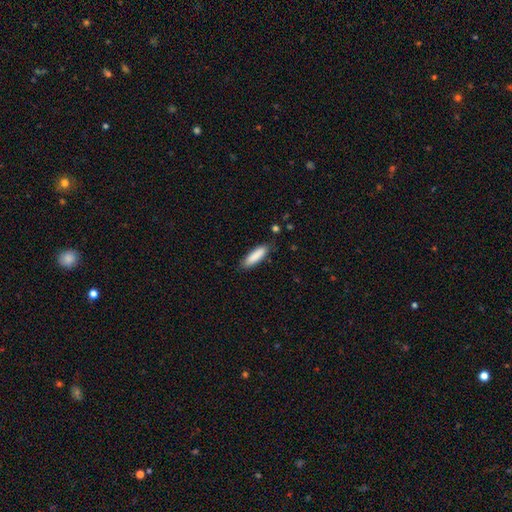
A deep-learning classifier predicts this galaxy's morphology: Smooth or featured: smooth — 87% (featured or disk — 7%)
How rounded: cigar-shaped — 63% (in between — 36%)
Merging: none — 83% (minor disturbance — 13%)